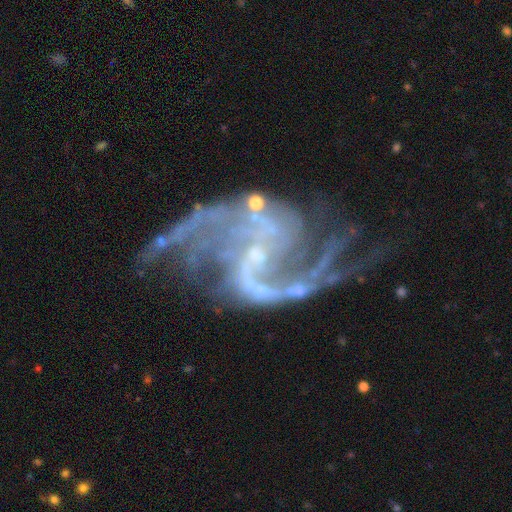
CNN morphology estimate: This appears to be a featured or disk galaxy (92%) with a weak bar (44%), 2 (70%) loose (55%) spiral arms (98%) and a small central bulge (76%). Merging: none (50%).